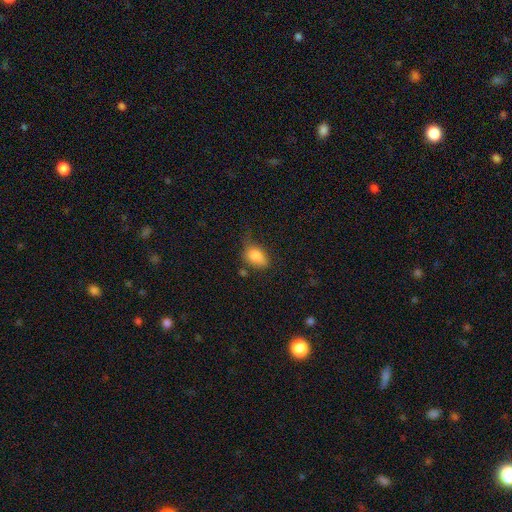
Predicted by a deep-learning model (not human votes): A smooth galaxy with no disk features (82%) that is in between round and cigar-shaped (80%).

Vote fractions:
- Smooth or featured? smooth: 82% / featured or disk: 9% / star or artifact: 8%
- How rounded? in between: 80% / round: 18% / cigar-shaped: 2%
- Merging? none: 48% / minor disturbance: 34% / major disturbance: 13% / merger: 5%